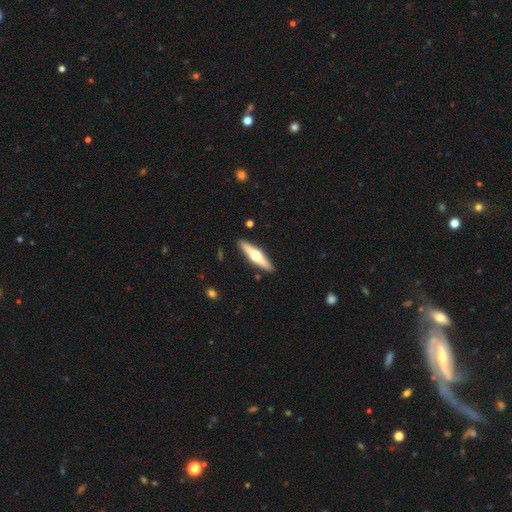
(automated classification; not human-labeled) This appears to be a featured or disk galaxy (55%) viewed edge-on (93%) with a rounded central bulge (94%). Merging: none (90%).